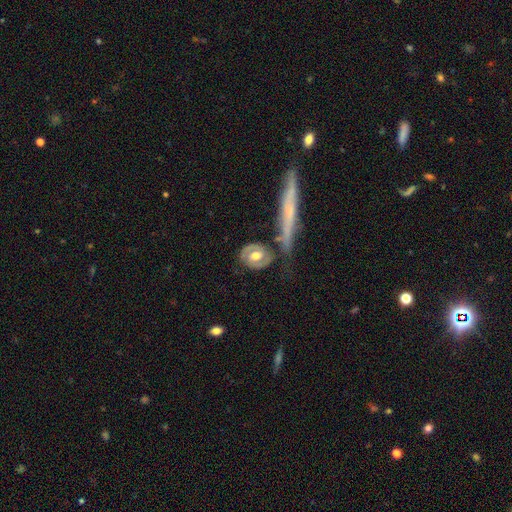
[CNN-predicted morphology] The model was most divided on "bar": no: 50%, weak: 32%, strong: 17%. More confident: edge-on disk — no (90%); bulge size — moderate (70%); merging — none (67%); spiral arms — yes (64%); smooth or featured — featured or disk (63%).